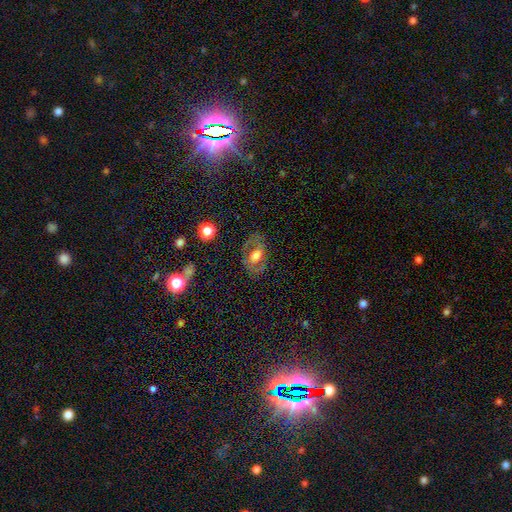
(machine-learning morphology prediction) The model was most divided on "spiral arms": yes: 52%, no: 48%. More confident: edge-on disk — no (93%); merging — none (74%); smooth or featured — featured or disk (60%); bar — no (57%); bulge size — moderate (55%).